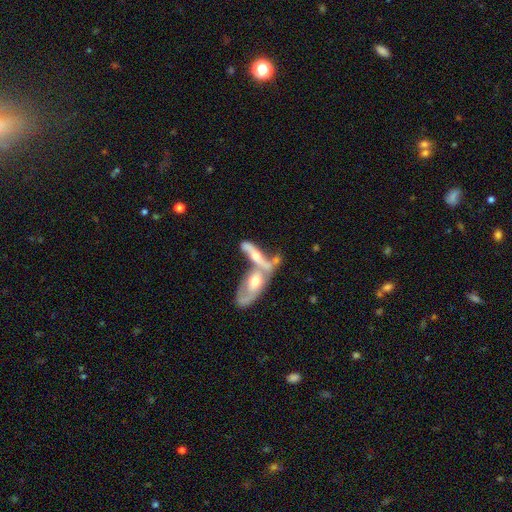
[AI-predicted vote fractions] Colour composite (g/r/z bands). It shows a featured or disk galaxy (63%). Merging: merger (70%).